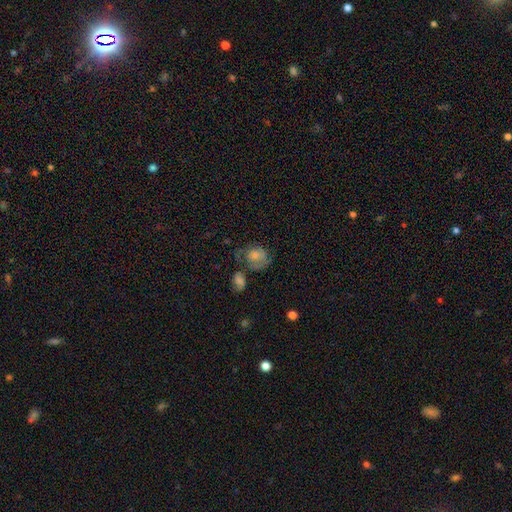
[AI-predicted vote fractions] Q: Smooth or featured?
A: smooth (61%); runner-up: featured or disk (29%)
Q: How rounded?
A: round (57%); runner-up: in between (42%)
Q: Merging?
A: none (35%); runner-up: minor disturbance (25%)